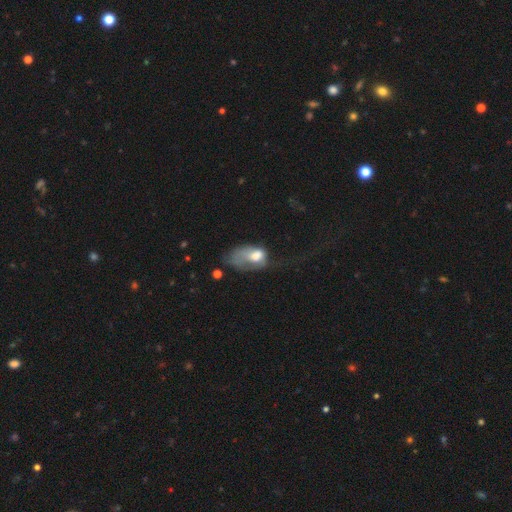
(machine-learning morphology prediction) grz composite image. It shows a smooth galaxy with no disk features (61%) that is in between round and cigar-shaped (86%). Merging: major disturbance (58%).